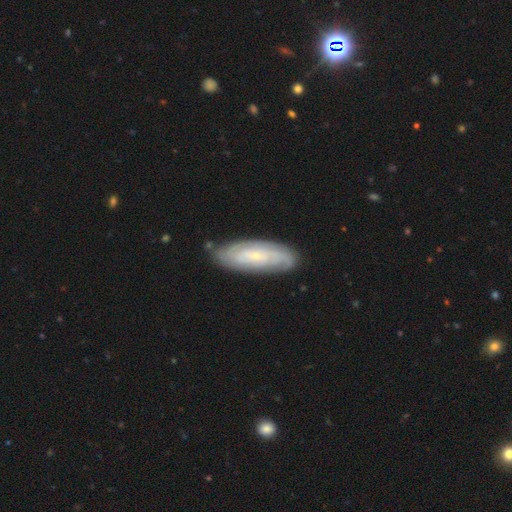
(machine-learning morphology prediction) Q: Smooth or featured?
A: featured or disk (65%); runner-up: smooth (29%)
Q: Edge-on disk?
A: no (84%); runner-up: yes (16%)
Q: Bar?
A: no (64%); runner-up: weak (28%)
Q: Spiral arms?
A: yes (82%); runner-up: no (18%)
Q: Bulge size?
A: small (80%); runner-up: moderate (16%)
Q: Merging?
A: none (79%); runner-up: minor disturbance (16%)